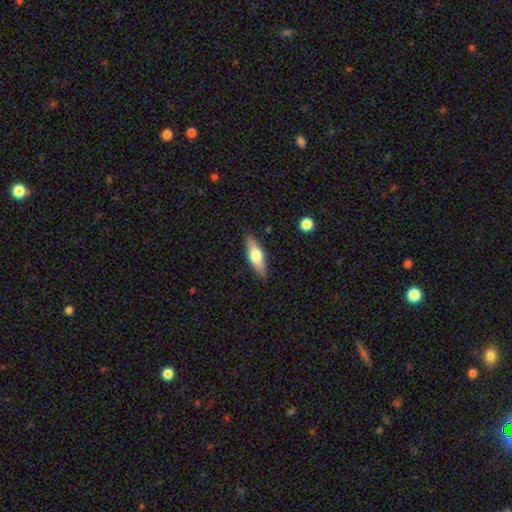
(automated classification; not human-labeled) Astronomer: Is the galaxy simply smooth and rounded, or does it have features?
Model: smooth — 56% (runner-up: featured or disk, 38%).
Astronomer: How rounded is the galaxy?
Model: in between — 55% (runner-up: cigar-shaped, 42%).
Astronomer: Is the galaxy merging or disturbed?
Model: none — 85%.